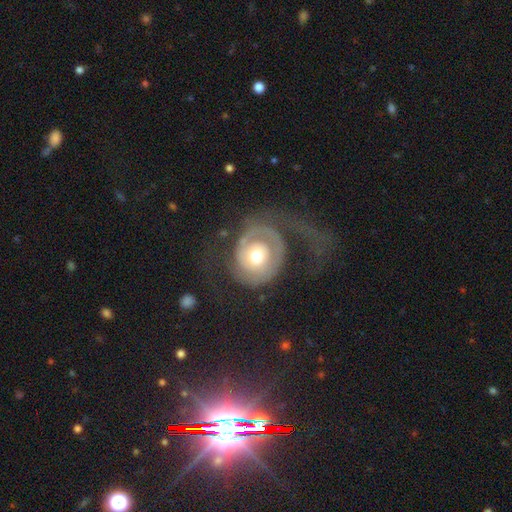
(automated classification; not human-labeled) Morphology: type=featured or disk (68%); edge-on=no (97%); bar=no (82%); spiral arms=yes (69%); bulge=moderate (66%); merging=major disturbance (45%).